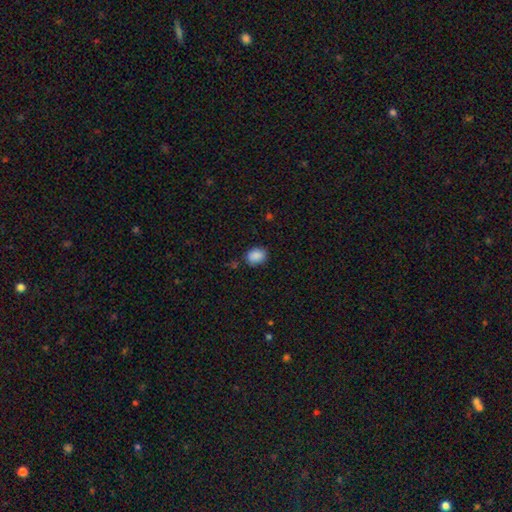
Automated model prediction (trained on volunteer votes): This is clearly a smooth galaxy (88%). How rounded: possibly in between (60%). Merging: likely none (79%).